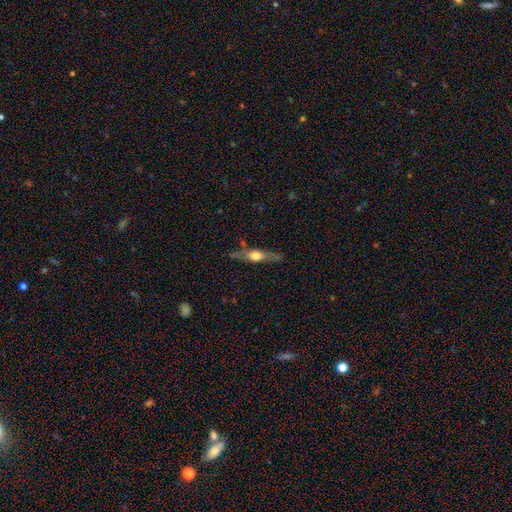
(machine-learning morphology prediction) Smooth or featured? featured or disk (58%)
Edge-on disk? yes (88%)
Edge-on bulge? rounded (90%)
Merging? none (74%)